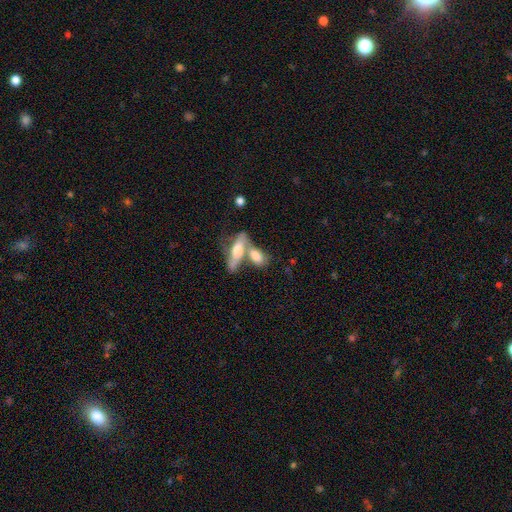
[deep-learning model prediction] A smooth galaxy with no disk features (66%) that is in between round and cigar-shaped (68%). Merging: merger (56%).